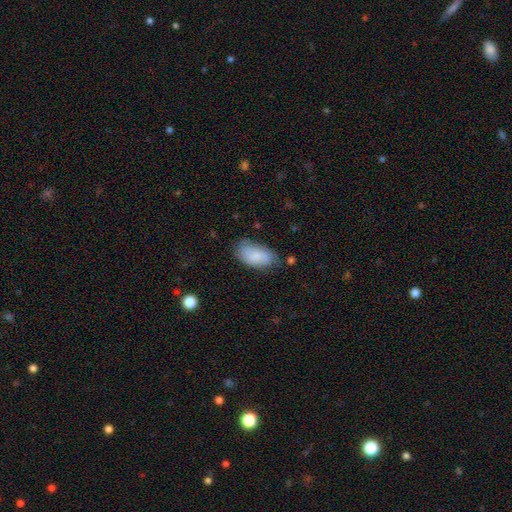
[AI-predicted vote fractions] This appears to be a smooth galaxy with no disk features (78%) that is in between round and cigar-shaped (94%). Merging: none (67%).